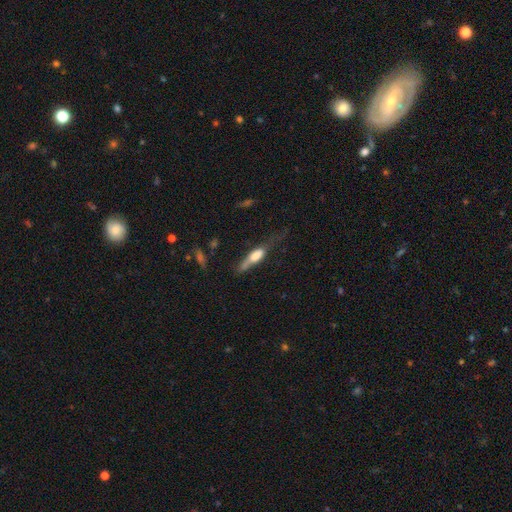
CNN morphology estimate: A smooth galaxy with no disk features (56%) that is cigar-shaped (60%).

Vote fractions:
- Smooth or featured? smooth: 56% / featured or disk: 37% / star or artifact: 8%
- How rounded? cigar-shaped: 60% / in between: 37% / round: 3%
- Merging? major disturbance: 34% / none: 31% / minor disturbance: 30% / merger: 5%